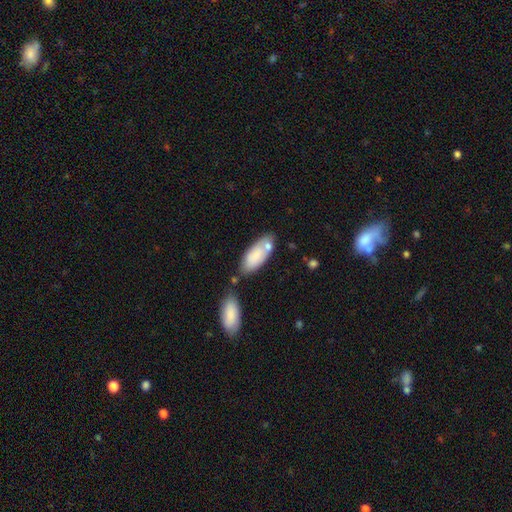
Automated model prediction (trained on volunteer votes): Smooth or featured? Predicted: smooth (p=0.77). How rounded? Predicted: in between (p=0.81). Merging? Predicted: none (p=0.55).